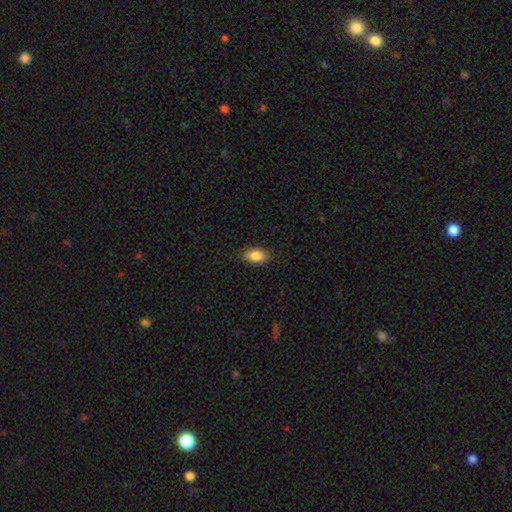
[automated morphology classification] A smooth galaxy with no disk features (85%) that is in between round and cigar-shaped (91%).

Vote fractions:
- Smooth or featured? smooth: 85% / star or artifact: 8% / featured or disk: 7%
- How rounded? in between: 91% / round: 6% / cigar-shaped: 3%
- Merging? none: 87% / minor disturbance: 10% / major disturbance: 2% / merger: 1%